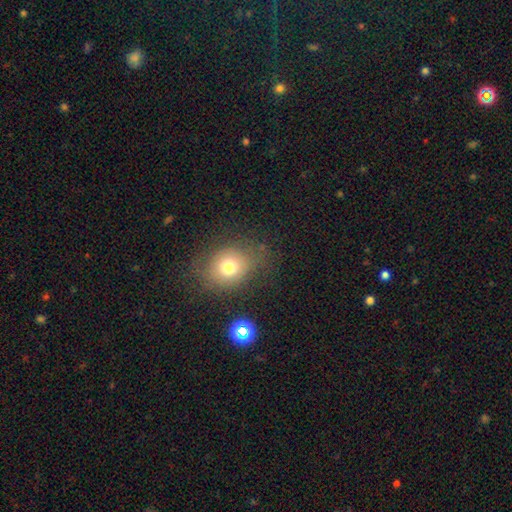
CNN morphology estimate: smooth-or-featured: smooth: 69% | star or artifact: 17% | featured or disk: 14%
  how-rounded: round: 52% | in between: 47% | cigar-shaped: 1%
  merging: none: 76% | minor disturbance: 16% | major disturbance: 6% | merger: 2%